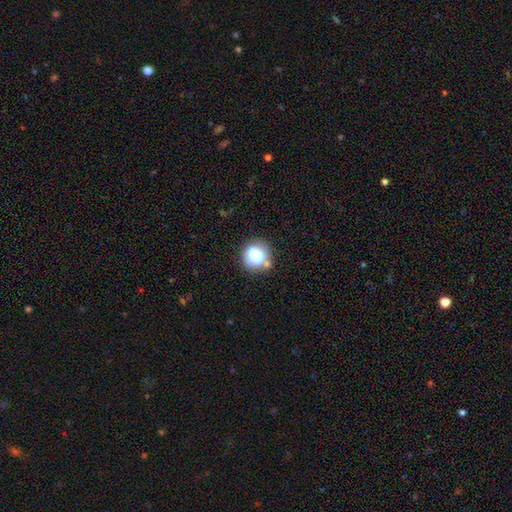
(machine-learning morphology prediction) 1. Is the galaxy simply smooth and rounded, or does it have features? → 79% smooth, 11% featured or disk, 10% star or artifact.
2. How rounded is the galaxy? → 89% round, 10% in between, 1% cigar-shaped.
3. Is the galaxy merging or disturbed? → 68% none, 15% minor disturbance, 12% merger, 5% major disturbance.